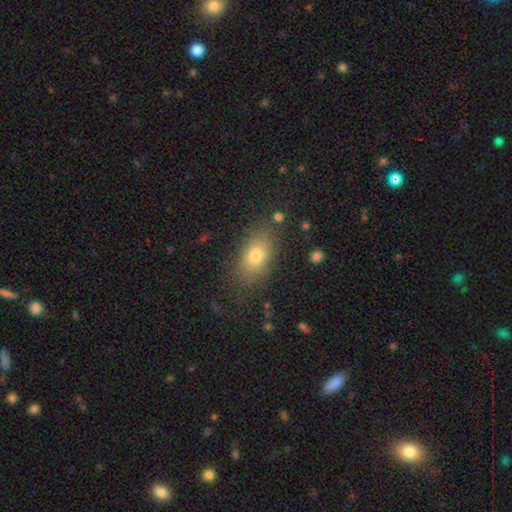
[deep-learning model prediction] The model was most divided on "smooth or featured": smooth: 77%, featured or disk: 13%, star or artifact: 10%. More confident: how rounded — in between (85%); merging — none (79%).